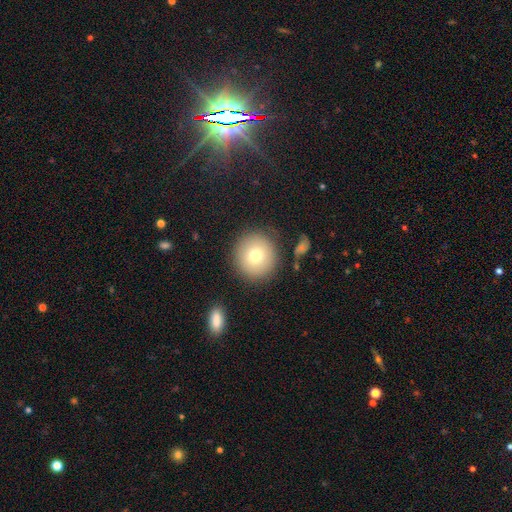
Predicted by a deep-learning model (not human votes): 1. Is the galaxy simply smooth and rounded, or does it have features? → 75% smooth, 15% featured or disk, 11% star or artifact.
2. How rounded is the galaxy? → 93% round, 6% in between, 1% cigar-shaped.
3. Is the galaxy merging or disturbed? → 85% none, 9% minor disturbance, 4% major disturbance, 3% merger.